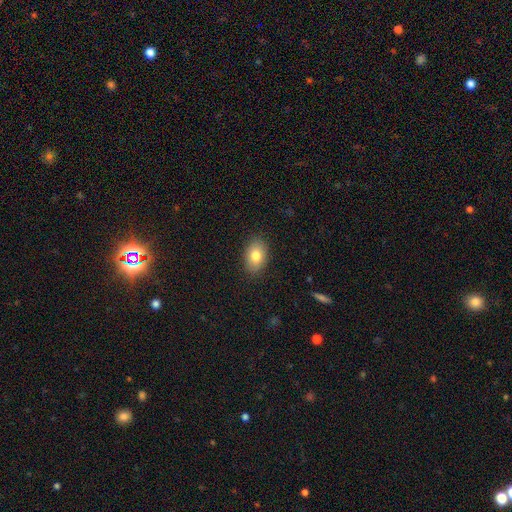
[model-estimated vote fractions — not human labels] smooth 79%, featured or disk 12%, star or artifact 8%. Down the decision tree: how rounded — in between (83%); merging — none (87%).